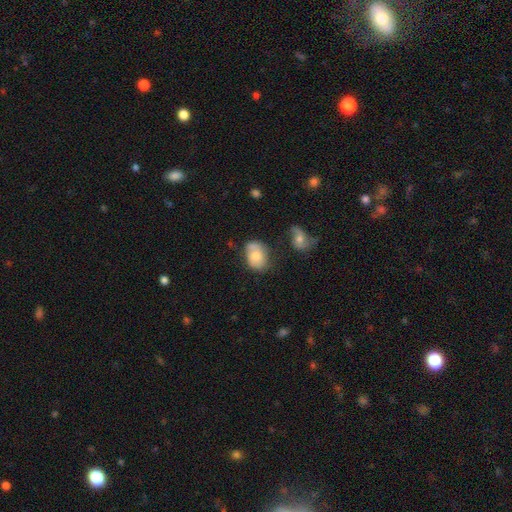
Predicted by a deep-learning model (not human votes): Q: Smooth or featured?
A: smooth (55%); runner-up: featured or disk (37%)
Q: How rounded?
A: in between (73%); runner-up: round (26%)
Q: Merging?
A: none (49%); runner-up: minor disturbance (29%)